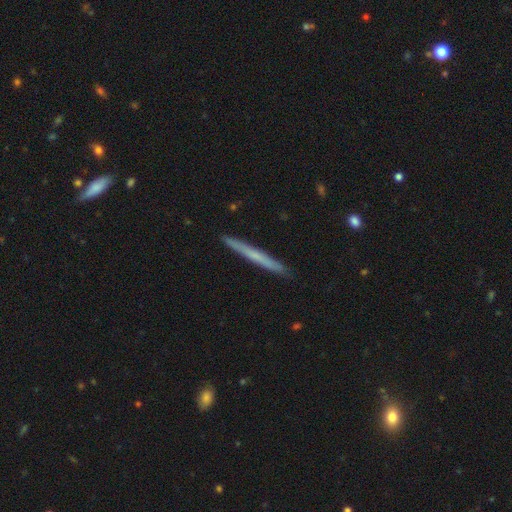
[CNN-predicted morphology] smooth_or_featured: smooth (p=0.48) [alt: featured or disk p=0.46]
merging: none (p=0.92) [alt: minor disturbance p=0.06]